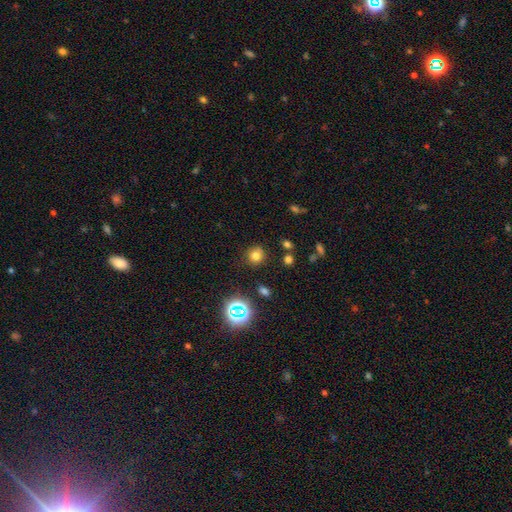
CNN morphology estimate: Overall: smooth (72%). How rounded: round (86%). Merging: none (84%).